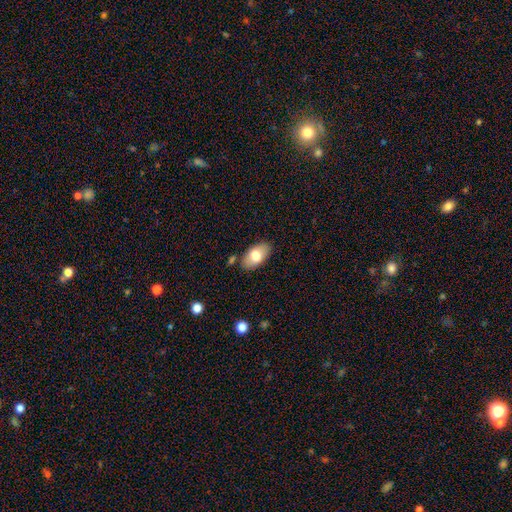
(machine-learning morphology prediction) Smooth or featured? Predicted: smooth (p=0.75). How rounded? Predicted: in between (p=0.94). Merging? Predicted: none (p=0.83).